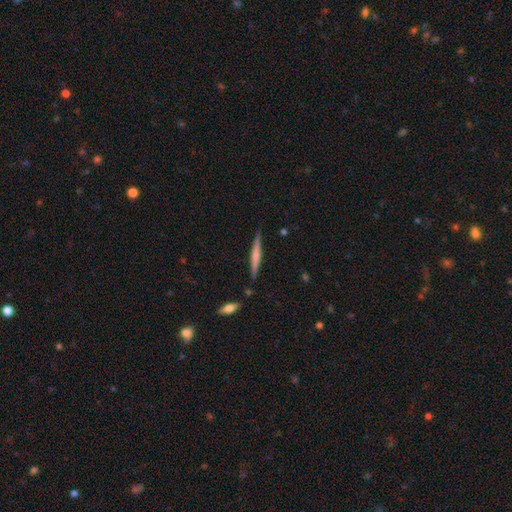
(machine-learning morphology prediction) smooth-or-featured: featured or disk: 49% | smooth: 45% | star or artifact: 6%
  merging: none: 88% | minor disturbance: 9% | merger: 2% | major disturbance: 2%